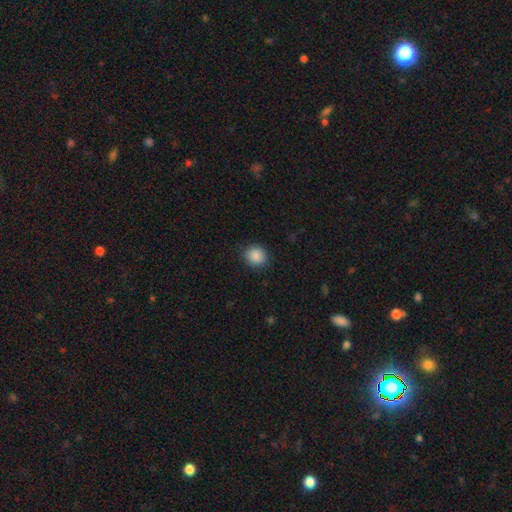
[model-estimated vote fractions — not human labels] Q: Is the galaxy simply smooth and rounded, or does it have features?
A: smooth — 88%.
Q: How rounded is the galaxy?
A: round — 85%.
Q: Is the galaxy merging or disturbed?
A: none — 89%.